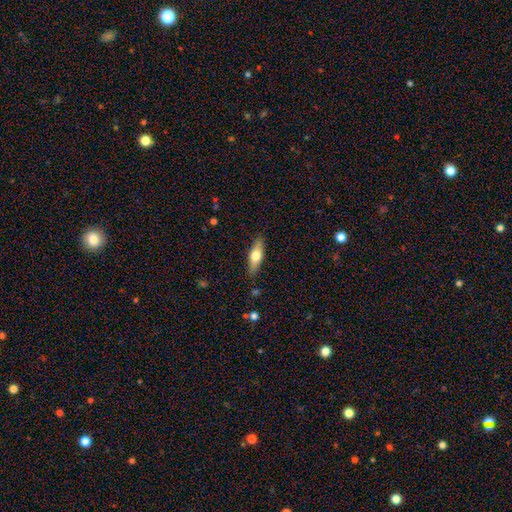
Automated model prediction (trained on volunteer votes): Smooth or featured: smooth — 58% (featured or disk — 36%)
How rounded: in between — 49% (cigar-shaped — 48%)
Merging: none — 86% (minor disturbance — 10%)